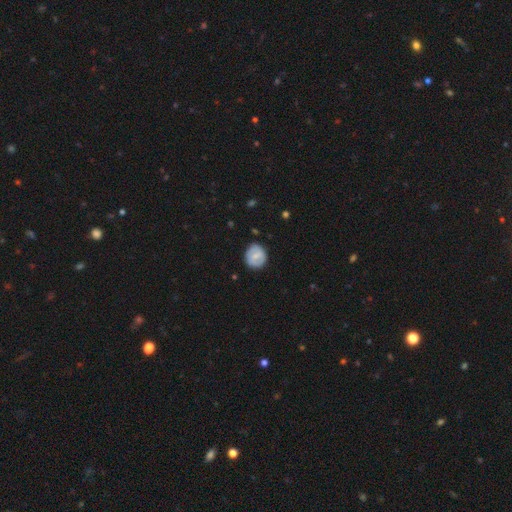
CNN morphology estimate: This is possibly a smooth galaxy (59%). How rounded: clearly round (80%). Merging: clearly none (82%).